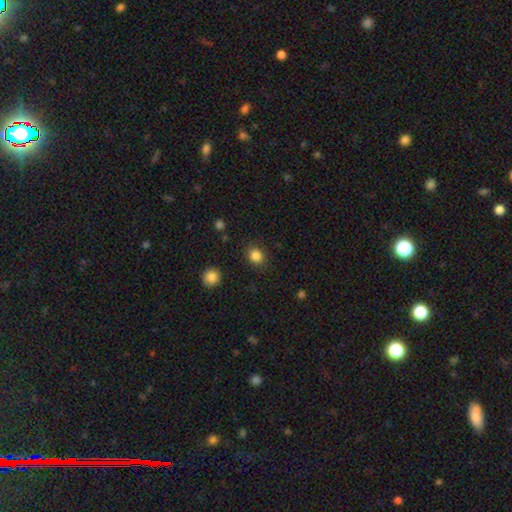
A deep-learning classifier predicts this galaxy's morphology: Overall: smooth (86%). How rounded: round (64%; in between 35%). Merging: none (86%).